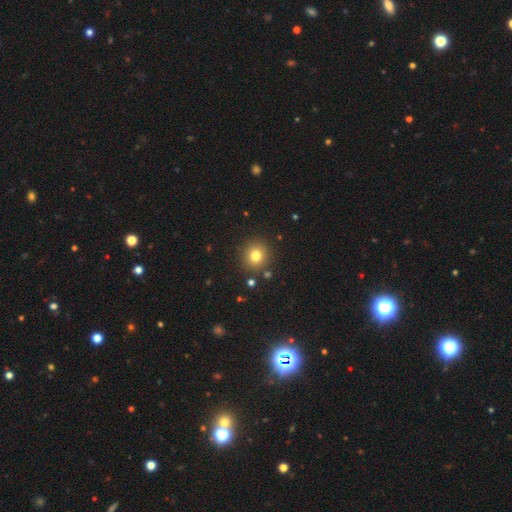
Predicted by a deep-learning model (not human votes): A smooth galaxy with no disk features (79%) that is round (88%).

Vote fractions:
- Smooth or featured? smooth: 79% / star or artifact: 13% / featured or disk: 8%
- How rounded? round: 88% / in between: 11% / cigar-shaped: 1%
- Merging? none: 88% / minor disturbance: 7% / merger: 3% / major disturbance: 2%